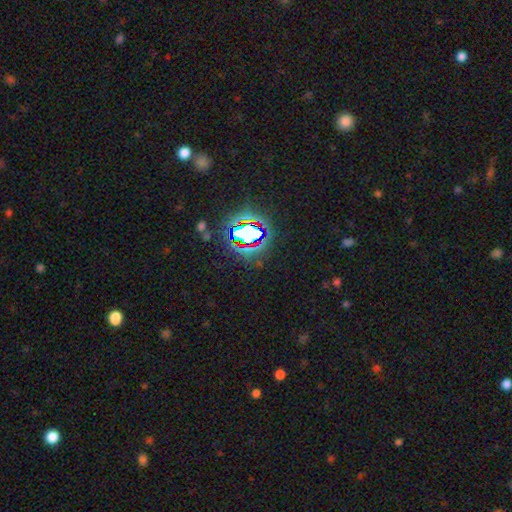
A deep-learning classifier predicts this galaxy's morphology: Smooth or featured: star or artifact — 77% (smooth — 14%)